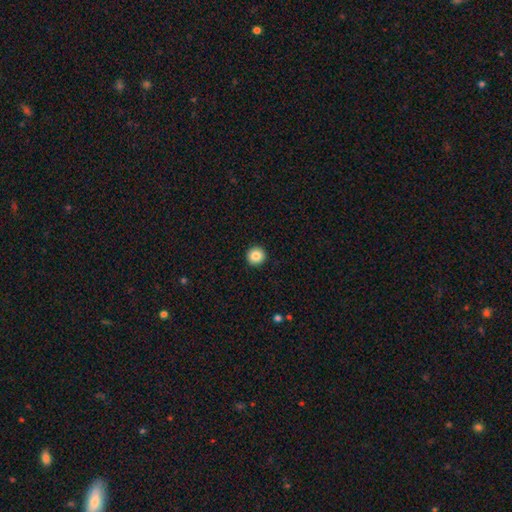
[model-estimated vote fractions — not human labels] smooth_or_featured: smooth (p=0.86) [alt: star or artifact p=0.09]
how_rounded: round (p=0.96) [alt: in between p=0.03]
merging: none (p=0.94) [alt: minor disturbance p=0.04]